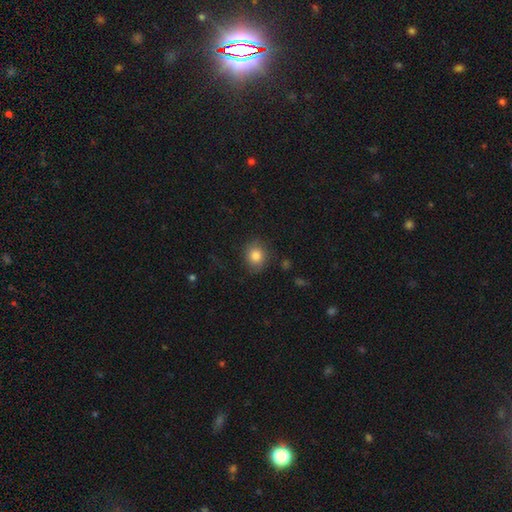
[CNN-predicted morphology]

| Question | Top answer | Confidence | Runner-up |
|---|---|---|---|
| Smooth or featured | smooth | 82% | star or artifact (9%) |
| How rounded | round | 72% | in between (27%) |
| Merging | none | 80% | minor disturbance (14%) |